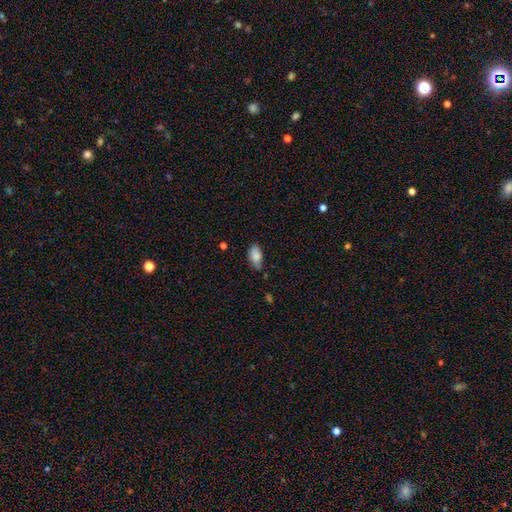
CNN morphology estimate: A smooth galaxy with no disk features (80%) that is in between round and cigar-shaped (91%). Merging: none (48%).